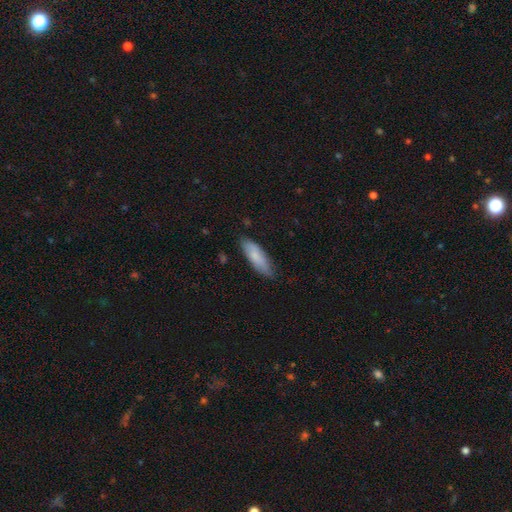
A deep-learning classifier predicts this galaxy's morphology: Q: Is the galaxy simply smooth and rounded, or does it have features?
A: smooth — 81%.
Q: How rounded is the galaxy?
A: in between — 54%.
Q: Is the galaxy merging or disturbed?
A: none — 78%.